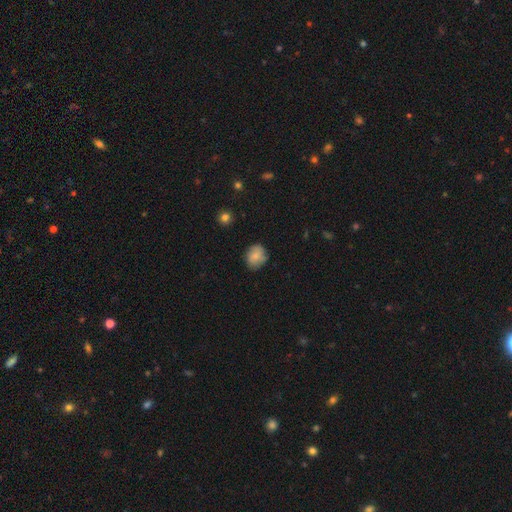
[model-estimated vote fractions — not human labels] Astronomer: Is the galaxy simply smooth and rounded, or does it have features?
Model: smooth — 81%.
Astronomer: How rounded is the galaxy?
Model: round — 64%.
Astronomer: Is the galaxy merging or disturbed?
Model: none — 74%.